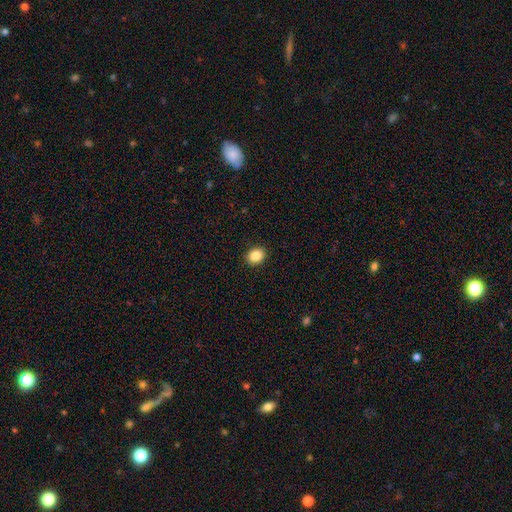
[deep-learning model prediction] Smooth or featured? Predicted: smooth (p=0.87). How rounded? Predicted: round (p=0.56). Merging? Predicted: none (p=0.91).